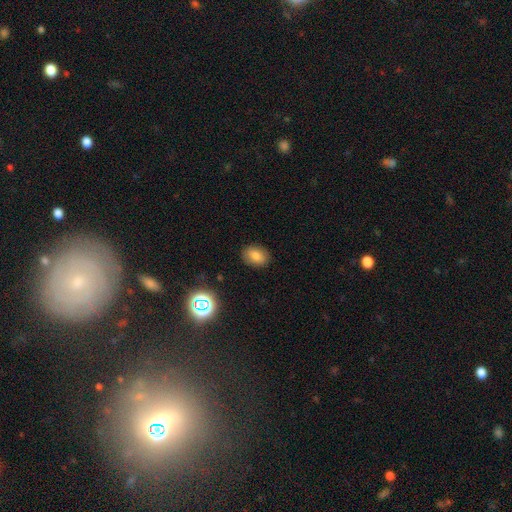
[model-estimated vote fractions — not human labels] Q: Smooth or featured?
A: smooth (78%); runner-up: star or artifact (12%)
Q: How rounded?
A: in between (70%); runner-up: round (29%)
Q: Merging?
A: none (87%); runner-up: minor disturbance (9%)